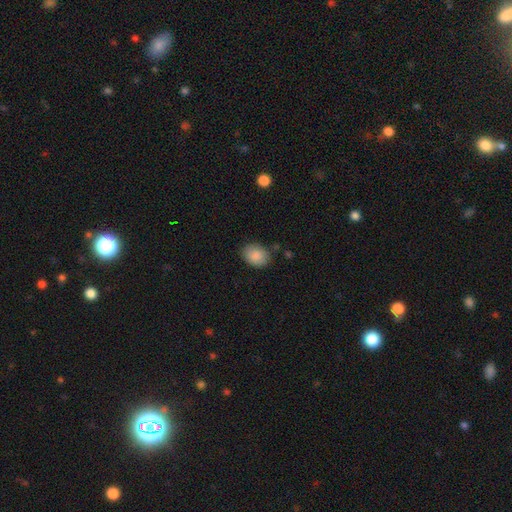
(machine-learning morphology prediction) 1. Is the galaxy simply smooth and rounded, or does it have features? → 88% smooth, 7% star or artifact, 5% featured or disk.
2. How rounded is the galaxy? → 68% in between, 31% round, 1% cigar-shaped.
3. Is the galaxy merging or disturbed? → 81% none, 14% minor disturbance, 3% major disturbance, 2% merger.